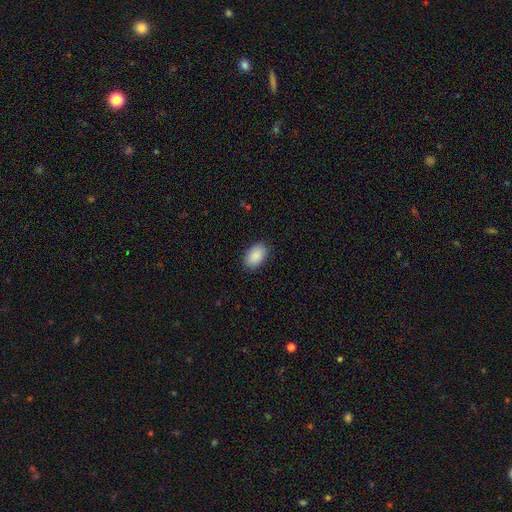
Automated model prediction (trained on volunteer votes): Morphology: type=smooth (90%); roundness=in between (92%); merging=none (87%).